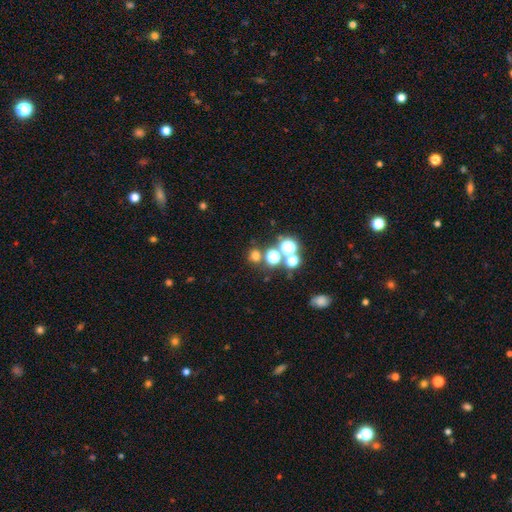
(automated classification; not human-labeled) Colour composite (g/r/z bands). It shows a smooth galaxy with no disk features (63%) that is round (86%). Merging: none (73%).